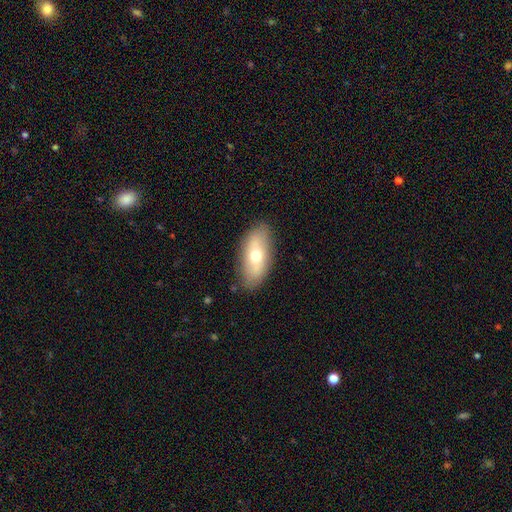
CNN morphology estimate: Overall: smooth (59%; featured or disk 35%). How rounded: in between (85%). Merging: none (84%).